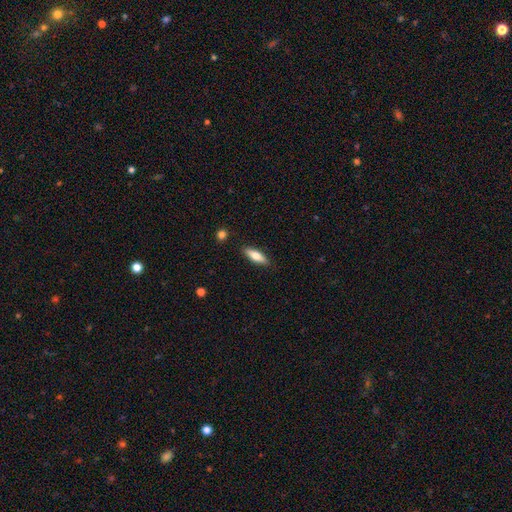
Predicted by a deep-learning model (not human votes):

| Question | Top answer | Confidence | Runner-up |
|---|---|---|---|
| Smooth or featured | smooth | 70% | featured or disk (23%) |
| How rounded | in between | 53% | cigar-shaped (45%) |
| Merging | none | 88% | minor disturbance (9%) |